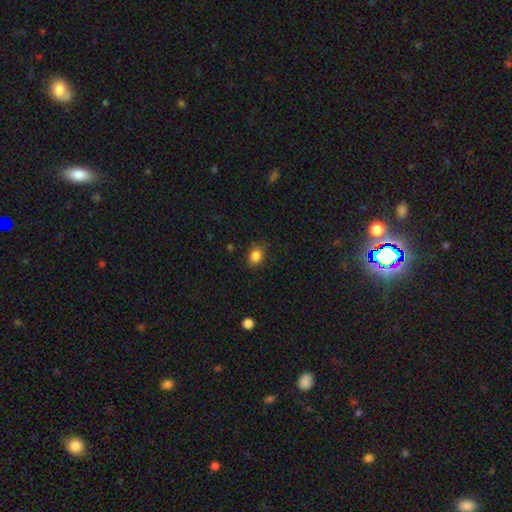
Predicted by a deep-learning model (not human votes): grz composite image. It shows a smooth galaxy with no disk features (86%) that is in between round and cigar-shaped (61%). Merging: none (81%).